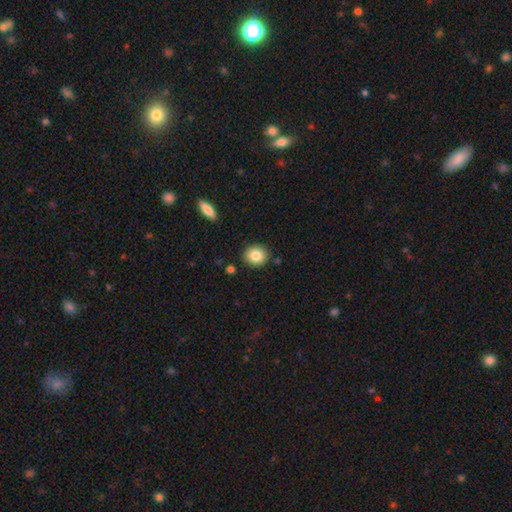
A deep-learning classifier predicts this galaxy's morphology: type=smooth (84%); roundness=round (78%); merging=none (88%).